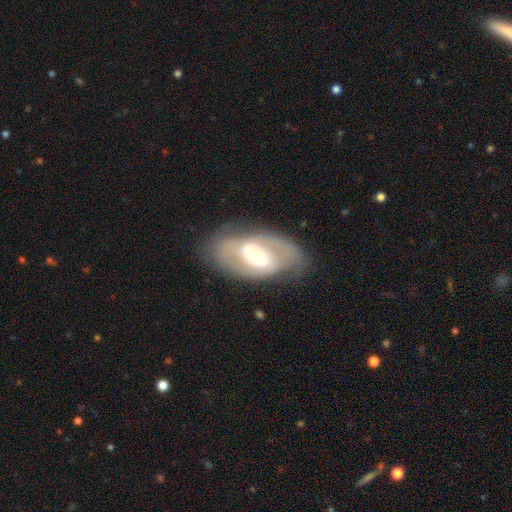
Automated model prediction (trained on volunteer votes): Morphology: type=featured or disk (71%); edge-on=no (93%); bar=weak (39%); spiral arms=yes (64%); bulge=moderate (55%); merging=none (72%).